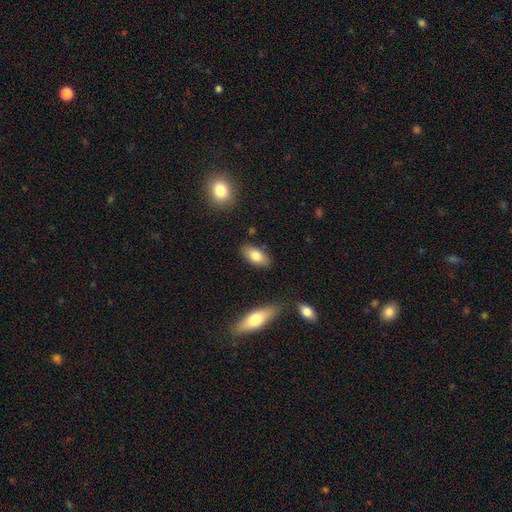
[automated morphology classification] smooth 80%, featured or disk 14%, star or artifact 7%. Down the decision tree: how rounded — in between (90%); merging — none (84%).